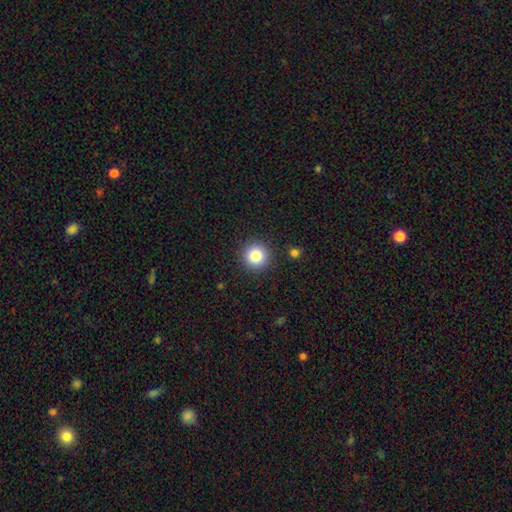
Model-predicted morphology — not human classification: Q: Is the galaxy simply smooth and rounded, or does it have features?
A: smooth — 82%.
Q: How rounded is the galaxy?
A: round — 96%.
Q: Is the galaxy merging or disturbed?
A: none — 91%.